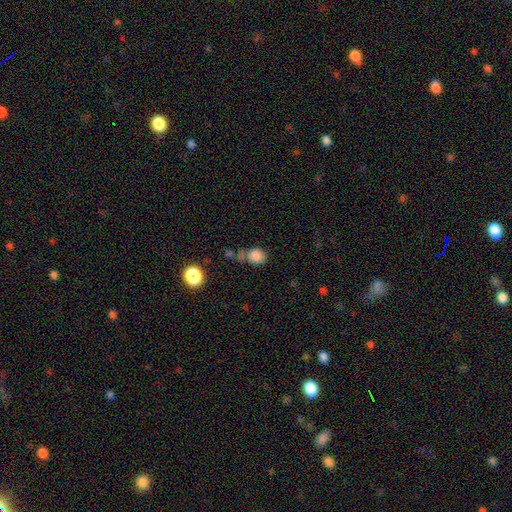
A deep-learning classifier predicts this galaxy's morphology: Overall: smooth (83%). How rounded: round (61%; in between 38%). Merging: none (55%; minor disturbance 20%).